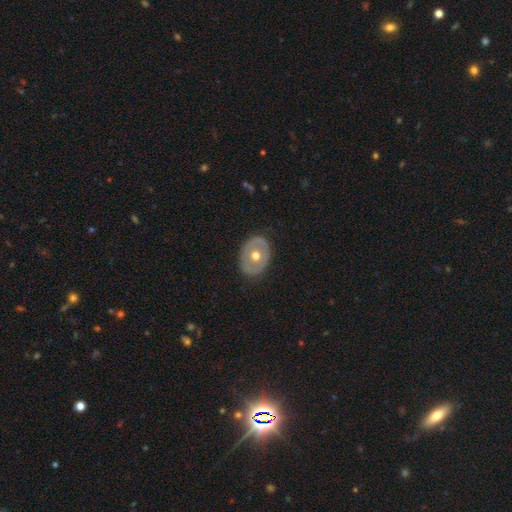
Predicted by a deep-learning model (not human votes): Overall: featured or disk (53%; smooth 42%). Edge-on disk: no (92%). Merging: none (84%).